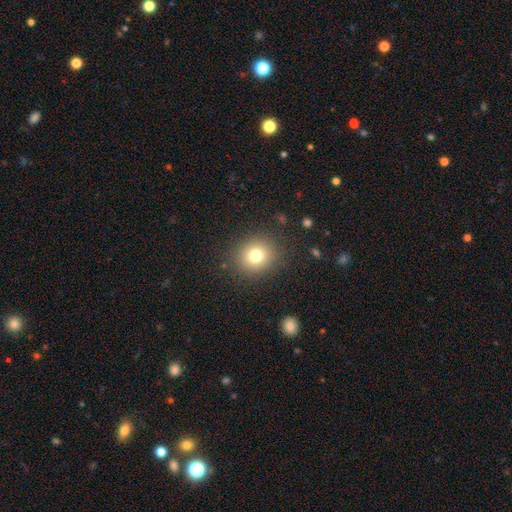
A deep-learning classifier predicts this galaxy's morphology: Smooth or featured?
  - smooth: 77% *
  - star or artifact: 13%
  - featured or disk: 10%
How rounded?
  - round: 81% *
  - in between: 18%
  - cigar-shaped: 1%
Merging?
  - none: 87% *
  - minor disturbance: 8%
  - major disturbance: 4%
  - merger: 1%